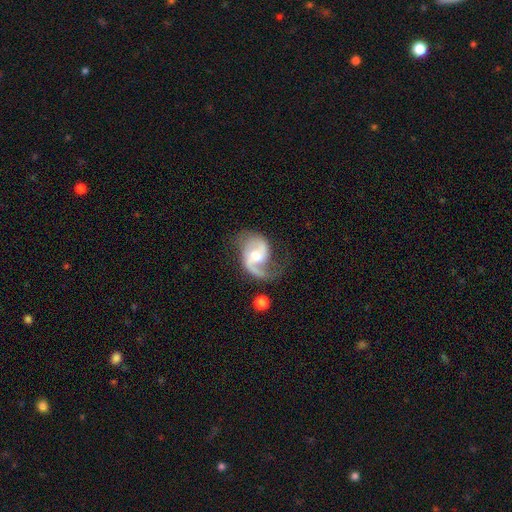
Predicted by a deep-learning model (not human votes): smooth-or-featured: featured or disk: 88% | smooth: 7% | star or artifact: 5%
  disk-edge-on: no: 98% | yes: 2%
    bar: weak: 48% | no: 37% | strong: 14%
    has-spiral-arms: yes: 97% | no: 3%
      spiral-winding: medium: 47% | loose: 43% | tight: 11%
      spiral-arm-count: 2: 76% | 1: 18% | can't tell: 3% | 3: 1% | 4: 1% | more than 4: 1%
    bulge-size: moderate: 59% | small: 27% | large: 9% | none: 4% | dominant: 1%
  merging: none: 55% | minor disturbance: 23% | major disturbance: 19% | merger: 3%